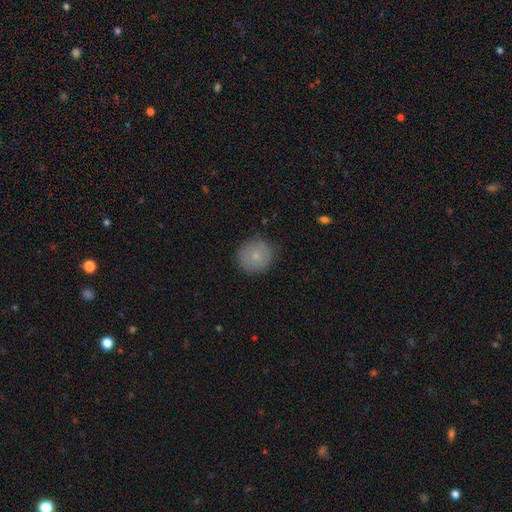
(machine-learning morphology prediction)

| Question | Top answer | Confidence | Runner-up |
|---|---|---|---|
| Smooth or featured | smooth | 76% | featured or disk (15%) |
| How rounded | round | 92% | in between (7%) |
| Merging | none | 85% | minor disturbance (11%) |